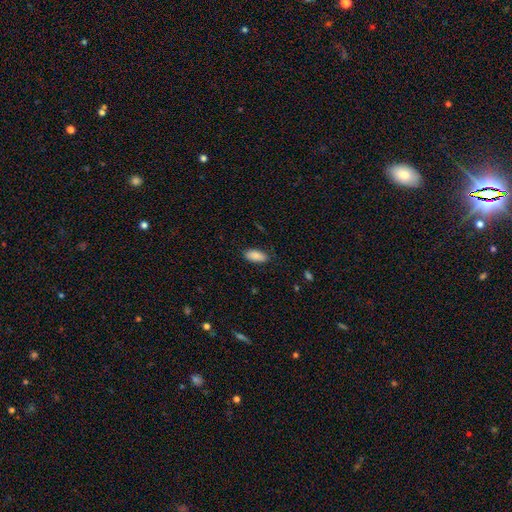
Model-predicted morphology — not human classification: type=smooth (88%); roundness=in between (90%); merging=none (85%).